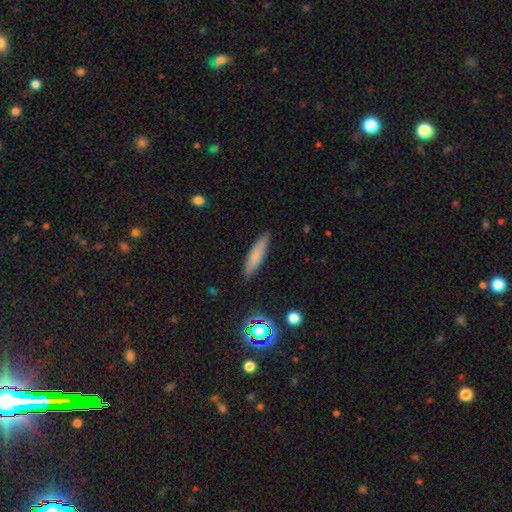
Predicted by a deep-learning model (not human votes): Smooth or featured? Predicted: smooth (p=0.76). How rounded? Predicted: cigar-shaped (p=0.81). Merging? Predicted: none (p=0.88).